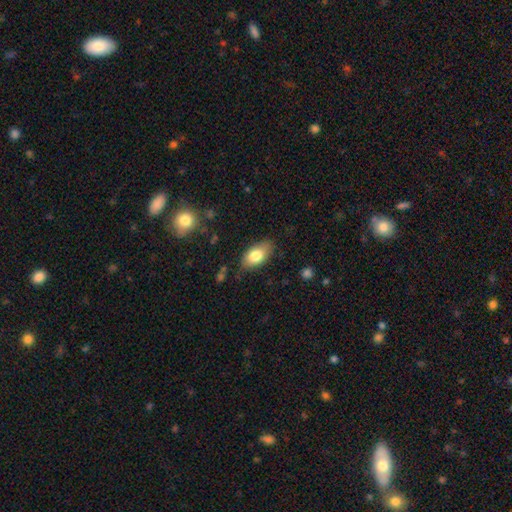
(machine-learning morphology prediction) Smooth or featured?
  - smooth: 80% *
  - featured or disk: 14%
  - star or artifact: 7%
How rounded?
  - in between: 92% *
  - round: 4%
  - cigar-shaped: 4%
Merging?
  - none: 81% *
  - minor disturbance: 14%
  - major disturbance: 3%
  - merger: 1%